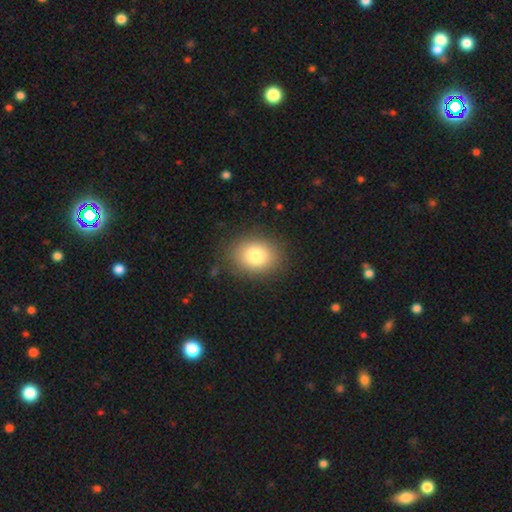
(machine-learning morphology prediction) A smooth galaxy with no disk features (80%) that is in between round and cigar-shaped (50%).

Vote fractions:
- Smooth or featured? smooth: 80% / star or artifact: 10% / featured or disk: 9%
- How rounded? in between: 50% / round: 49% / cigar-shaped: 1%
- Merging? none: 86% / minor disturbance: 10% / major disturbance: 4% / merger: 1%